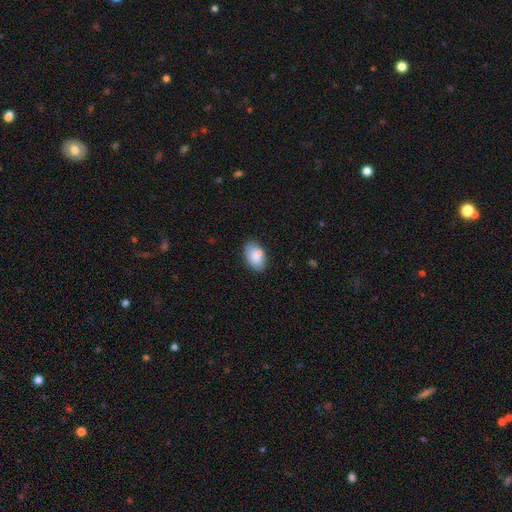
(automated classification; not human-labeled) The model was most divided on "merging": none: 78%, minor disturbance: 16%, merger: 3%, major disturbance: 3%. More confident: how rounded — in between (91%); smooth or featured — smooth (86%).